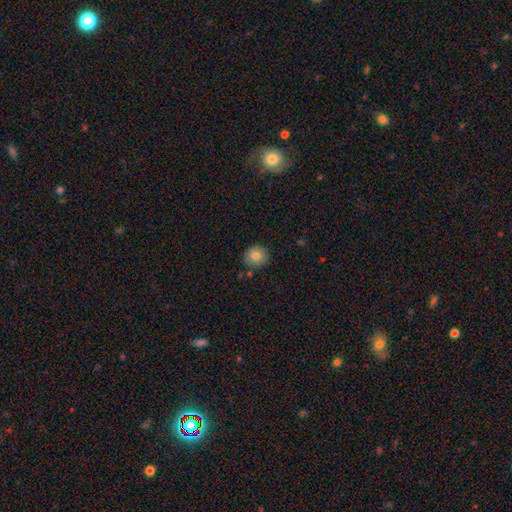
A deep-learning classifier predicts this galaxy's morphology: A smooth galaxy with no disk features (77%) that is round (84%).

Vote fractions:
- Smooth or featured? smooth: 77% / featured or disk: 14% / star or artifact: 9%
- How rounded? round: 84% / in between: 15% / cigar-shaped: 1%
- Merging? none: 86% / minor disturbance: 10% / merger: 2% / major disturbance: 2%